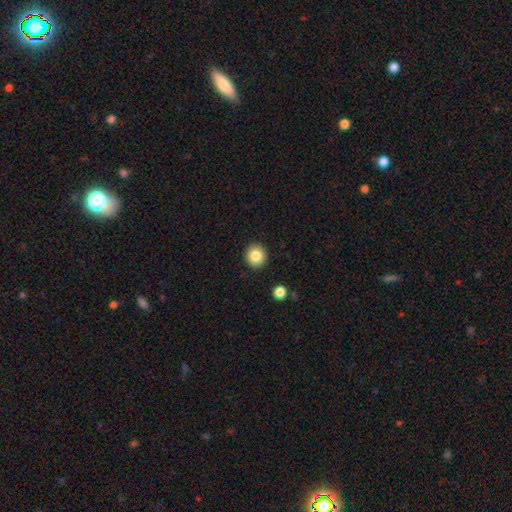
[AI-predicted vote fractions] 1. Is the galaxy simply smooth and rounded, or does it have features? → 84% smooth, 9% star or artifact, 6% featured or disk.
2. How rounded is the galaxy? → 86% round, 13% in between, 1% cigar-shaped.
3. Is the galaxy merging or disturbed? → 91% none, 6% minor disturbance, 2% major disturbance, 1% merger.